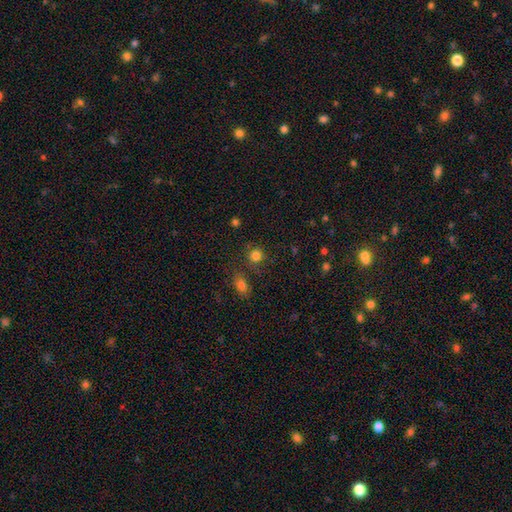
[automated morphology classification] smooth-or-featured: smooth: 81% | star or artifact: 14% | featured or disk: 5%
  how-rounded: round: 87% | in between: 12% | cigar-shaped: 1%
  merging: none: 77% | minor disturbance: 11% | merger: 8% | major disturbance: 4%